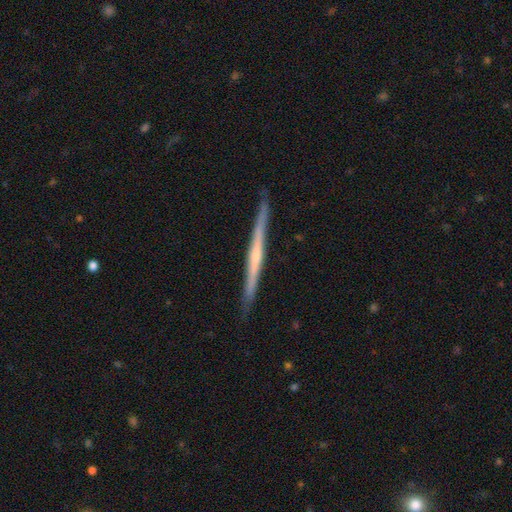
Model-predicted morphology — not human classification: The model was most divided on "edge-on bulge": none: 57%, rounded: 34%, boxy: 8%. More confident: edge-on disk — yes (98%); merging — none (90%); smooth or featured — featured or disk (69%).